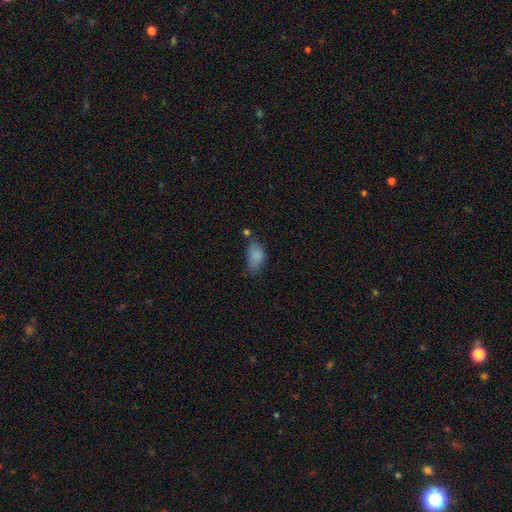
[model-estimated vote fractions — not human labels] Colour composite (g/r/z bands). It shows a smooth galaxy with no disk features (83%) that is in between round and cigar-shaped (91%). Merging: none (45%).